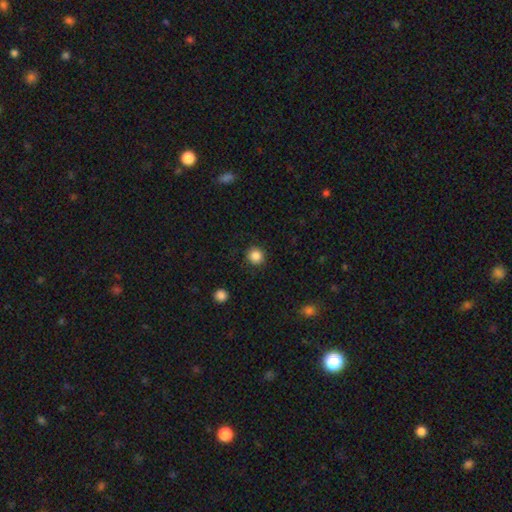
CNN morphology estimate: Q: Smooth or featured?
A: smooth (86%); runner-up: star or artifact (11%)
Q: How rounded?
A: round (92%); runner-up: in between (7%)
Q: Merging?
A: none (91%); runner-up: minor disturbance (6%)